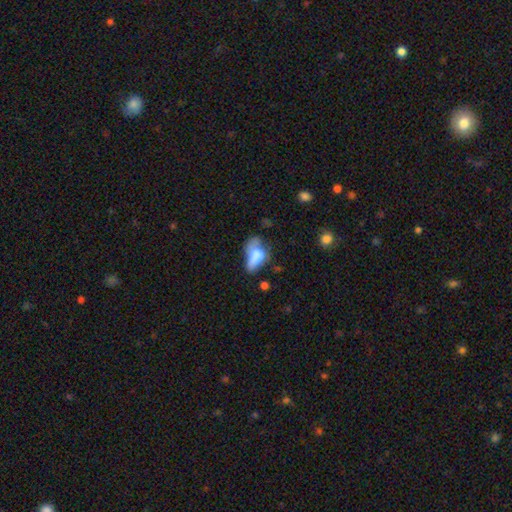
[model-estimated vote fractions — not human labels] This is likely a smooth galaxy (66%). How rounded: clearly in between (88%). Merging: marginally major disturbance (34%).